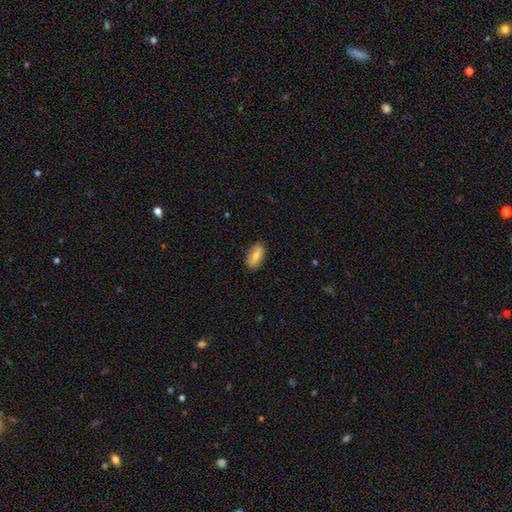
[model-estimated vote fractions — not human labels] smooth_or_featured: smooth (p=0.78) [alt: featured or disk p=0.15]
how_rounded: in between (p=0.89) [alt: cigar-shaped p=0.08]
merging: none (p=0.86) [alt: minor disturbance p=0.11]